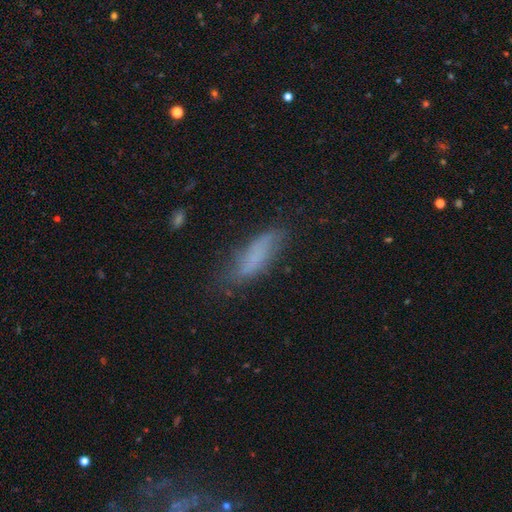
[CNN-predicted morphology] Smooth or featured? Predicted: smooth (p=0.66). How rounded? Predicted: cigar-shaped (p=0.49, tied with in between). Merging? Predicted: none (p=0.60).